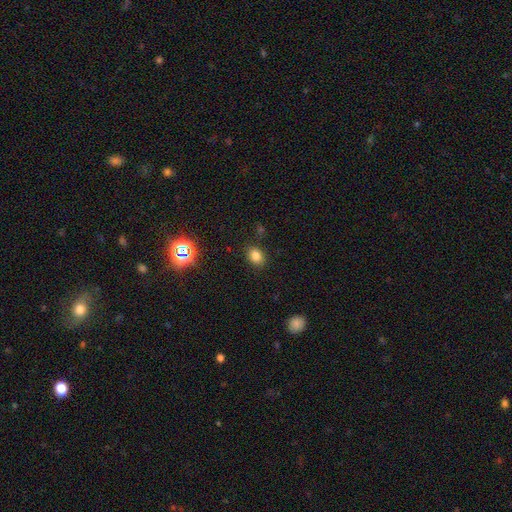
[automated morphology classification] A smooth galaxy with no disk features (80%) that is in between round and cigar-shaped (65%). Merging: none (84%).